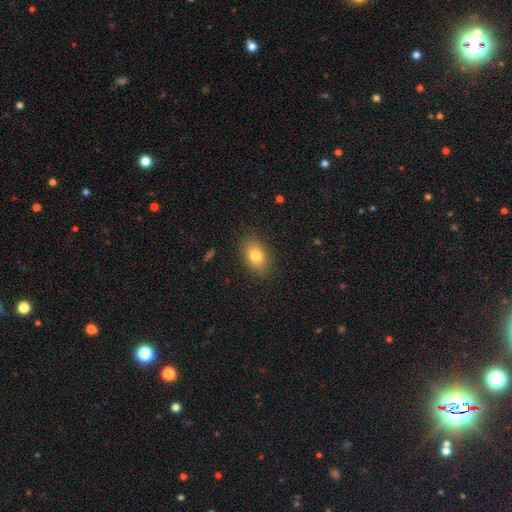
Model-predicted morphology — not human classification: The model was most divided on "smooth or featured": smooth: 79%, featured or disk: 12%, star or artifact: 9%. More confident: merging — none (86%); how rounded — in between (85%).